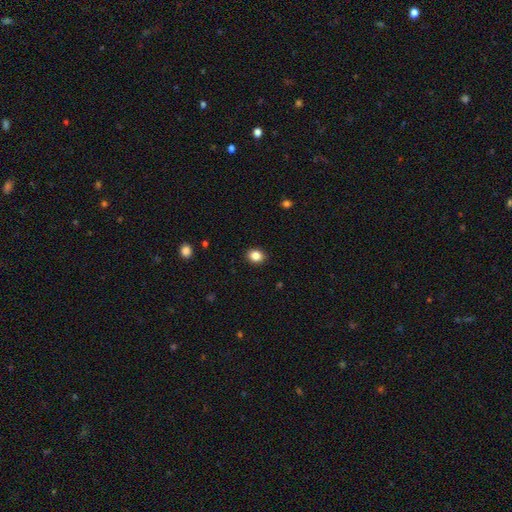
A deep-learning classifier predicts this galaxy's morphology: The model was most divided on "how rounded": round: 56%, in between: 43%, cigar-shaped: 1%. More confident: merging — none (90%); smooth or featured — smooth (85%).